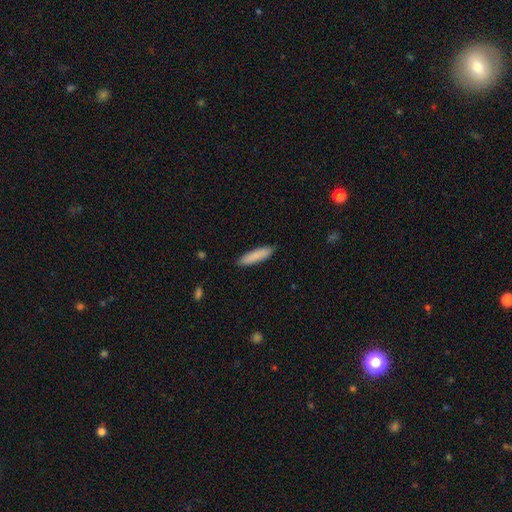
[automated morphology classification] A smooth galaxy with no disk features (86%) that is cigar-shaped (78%).

Vote fractions:
- Smooth or featured? smooth: 86% / featured or disk: 8% / star or artifact: 6%
- How rounded? cigar-shaped: 78% / in between: 21% / round: 1%
- Merging? none: 88% / minor disturbance: 9% / major disturbance: 2% / merger: 1%